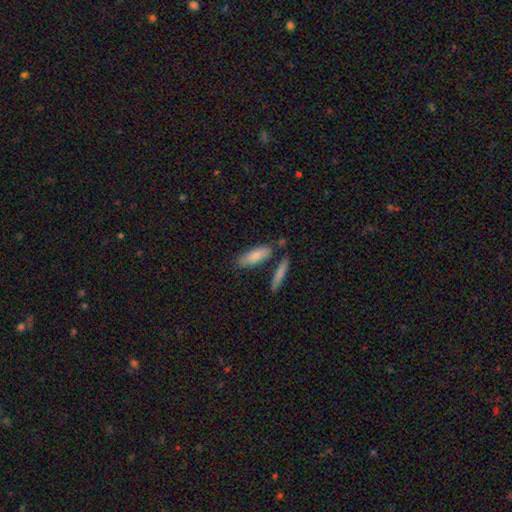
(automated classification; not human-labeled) Overall: smooth (82%). How rounded: in between (58%; cigar-shaped 39%). Merging: none (72%).